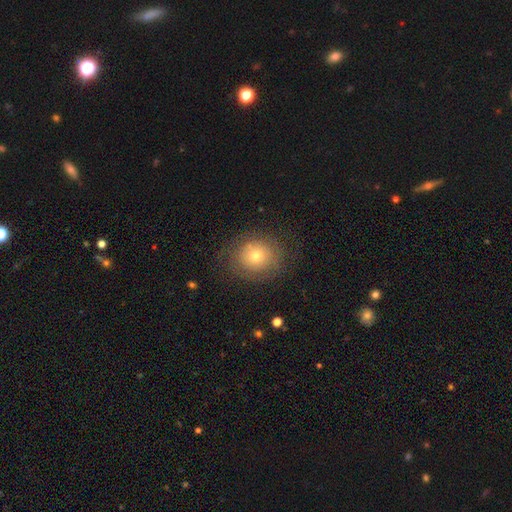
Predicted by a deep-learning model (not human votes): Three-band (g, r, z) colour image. It shows a smooth galaxy with no disk features (61%) that is round (72%). Merging: none (76%).